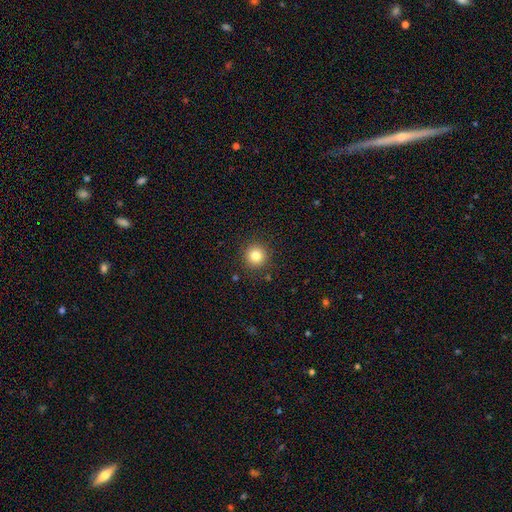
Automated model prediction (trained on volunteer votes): Smooth or featured: smooth — 83% (star or artifact — 12%)
How rounded: round — 95% (in between — 4%)
Merging: none — 91% (minor disturbance — 6%)